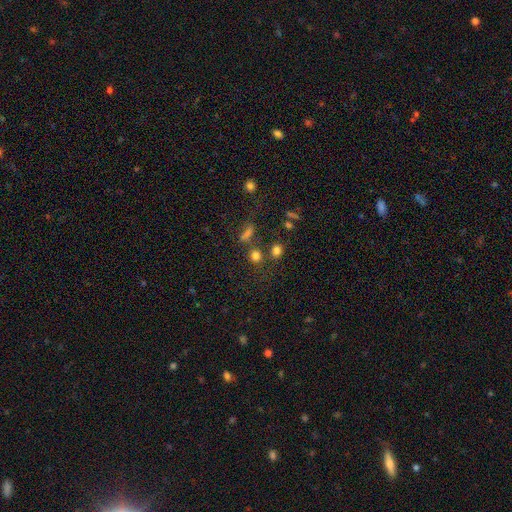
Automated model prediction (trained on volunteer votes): Smooth or featured?
  - smooth: 76% *
  - star or artifact: 17%
  - featured or disk: 7%
How rounded?
  - round: 81% *
  - in between: 17%
  - cigar-shaped: 2%
Merging?
  - none: 66% *
  - merger: 17%
  - minor disturbance: 11%
  - major disturbance: 6%